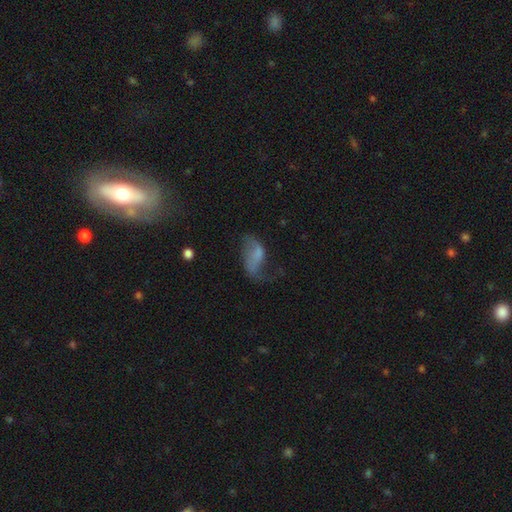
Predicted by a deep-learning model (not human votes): This is possibly a featured or disk galaxy (51%). It is clearly not viewed edge-on (96%). Merging: marginally major disturbance (37%, tied with none).